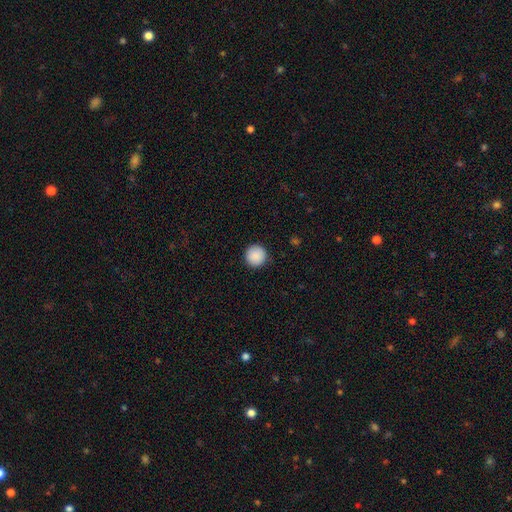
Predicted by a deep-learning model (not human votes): Smooth or featured: smooth — 90% (star or artifact — 8%)
How rounded: round — 96% (in between — 3%)
Merging: none — 93% (minor disturbance — 5%)